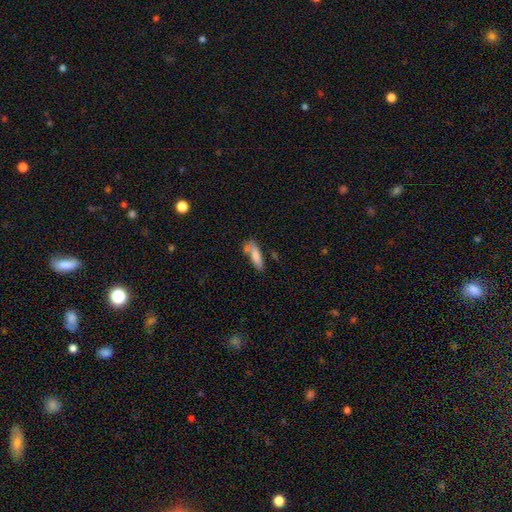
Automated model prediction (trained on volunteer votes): A smooth galaxy with no disk features (80%) that is cigar-shaped (52%). Merging: none (55%).